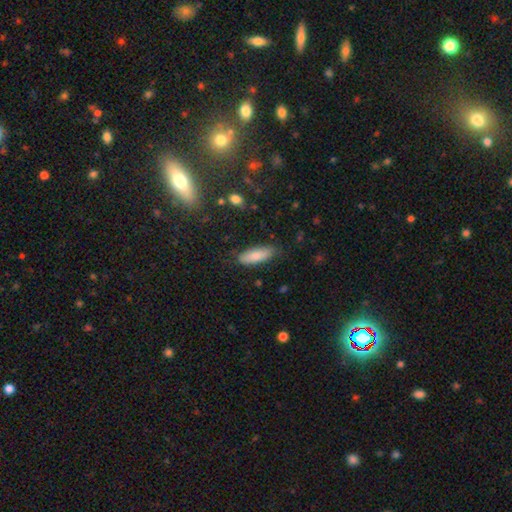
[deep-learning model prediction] Q: Smooth or featured?
A: smooth (80%); runner-up: featured or disk (14%)
Q: How rounded?
A: in between (64%); runner-up: cigar-shaped (34%)
Q: Merging?
A: none (79%); runner-up: minor disturbance (16%)